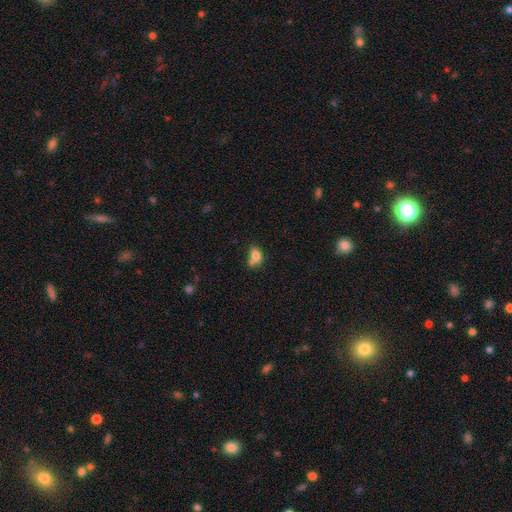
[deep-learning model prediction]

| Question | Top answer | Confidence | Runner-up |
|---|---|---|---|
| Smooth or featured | smooth | 78% | featured or disk (11%) |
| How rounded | in between | 69% | round (30%) |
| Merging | none | 38% | merger (36%) |